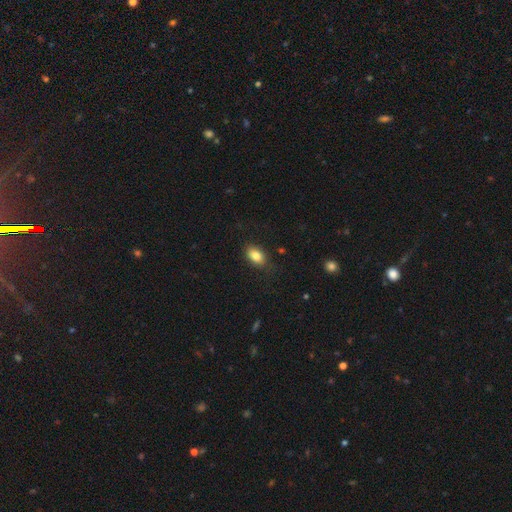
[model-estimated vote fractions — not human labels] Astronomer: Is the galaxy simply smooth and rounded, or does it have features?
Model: smooth — 84%.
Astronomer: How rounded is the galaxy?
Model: in between — 88%.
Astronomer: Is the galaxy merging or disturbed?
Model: none — 81%.